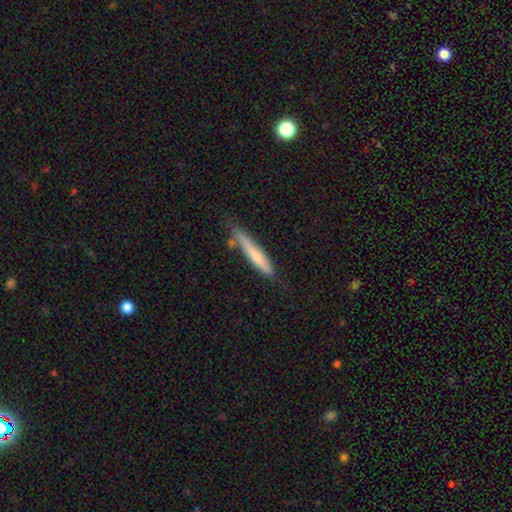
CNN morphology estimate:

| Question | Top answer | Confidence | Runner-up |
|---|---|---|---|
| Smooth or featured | smooth | 64% | featured or disk (30%) |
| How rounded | cigar-shaped | 93% | in between (6%) |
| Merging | none | 65% | minor disturbance (24%) |